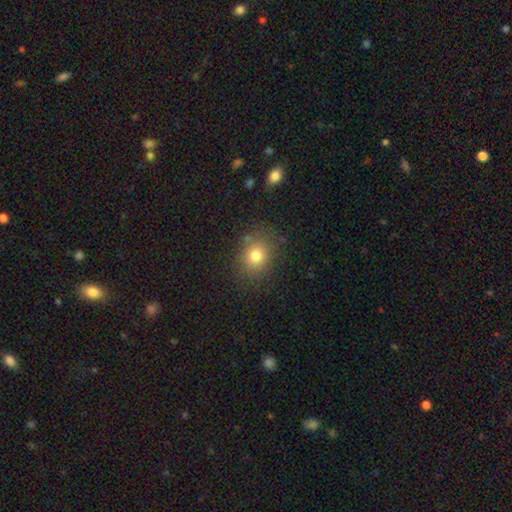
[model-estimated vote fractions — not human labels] smooth 77%, star or artifact 14%, featured or disk 9%. Down the decision tree: how rounded — round (60%); merging — none (81%).